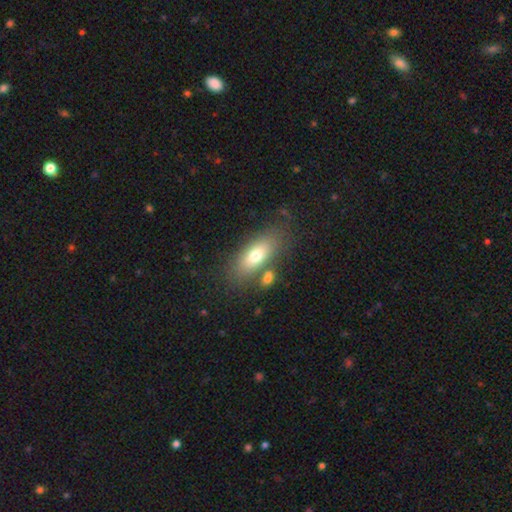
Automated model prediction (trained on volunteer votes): This appears to be a smooth galaxy with no disk features (71%) that is in between round and cigar-shaped (79%). Merging: none (69%).